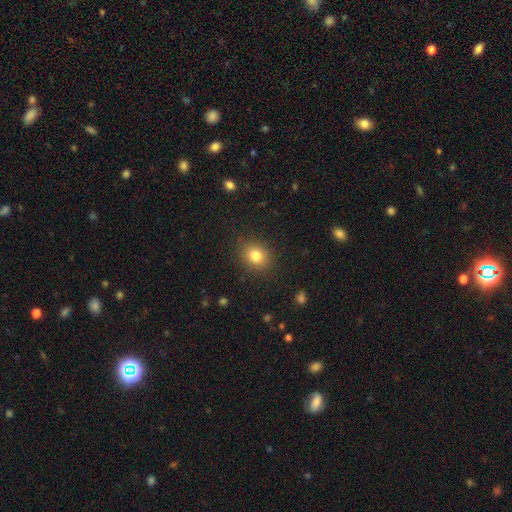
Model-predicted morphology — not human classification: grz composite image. It shows a smooth galaxy with no disk features (81%) that is round (66%). Merging: none (88%).